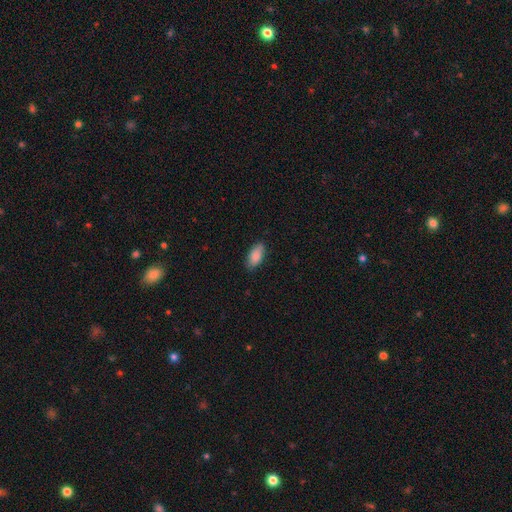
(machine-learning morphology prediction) Smooth or featured? Predicted: smooth (p=0.88). How rounded? Predicted: in between (p=0.90). Merging? Predicted: none (p=0.84).